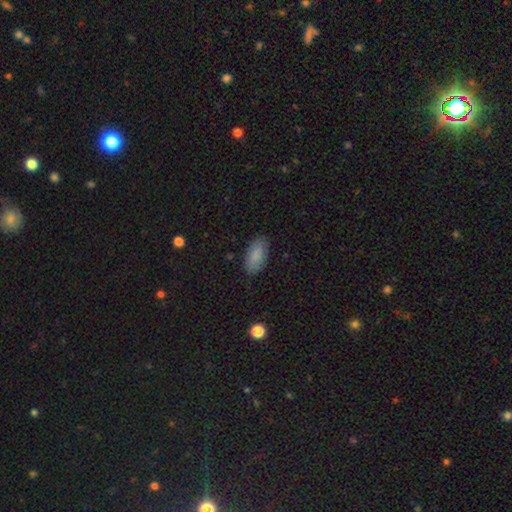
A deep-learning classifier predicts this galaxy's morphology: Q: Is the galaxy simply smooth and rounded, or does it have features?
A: smooth — 87%.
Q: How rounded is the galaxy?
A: in between — 91%.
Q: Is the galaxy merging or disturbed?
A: none — 85%.